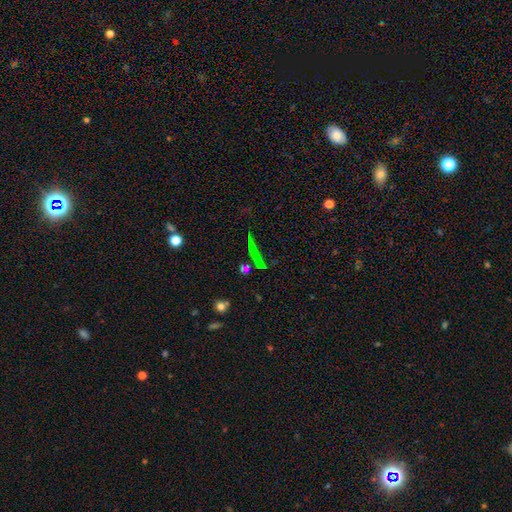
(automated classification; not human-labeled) The model was most divided on "smooth or featured": star or artifact: 41%, smooth: 31%, featured or disk: 27%.